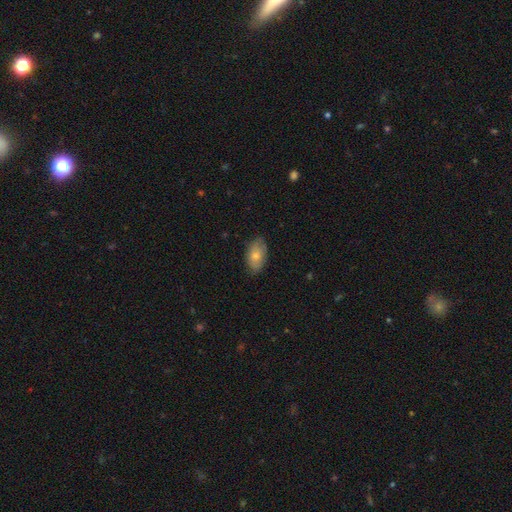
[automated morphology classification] Smooth or featured: smooth — 77% (featured or disk — 17%)
How rounded: in between — 93% (round — 5%)
Merging: none — 79% (minor disturbance — 17%)